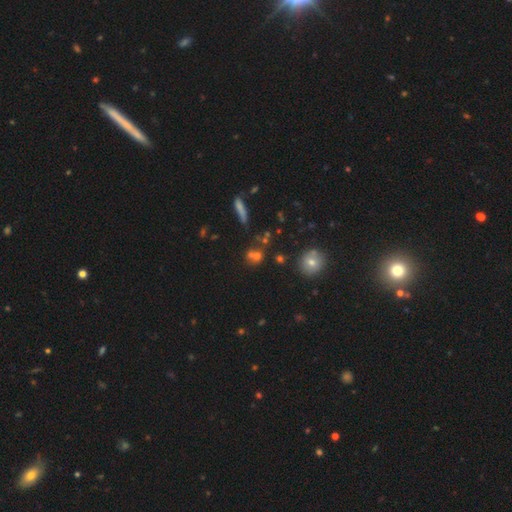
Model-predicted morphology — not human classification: smooth_or_featured: smooth (p=0.61) [alt: star or artifact p=0.21]
how_rounded: round (p=0.78) [alt: in between p=0.19]
merging: none (p=0.46) [alt: merger p=0.40]